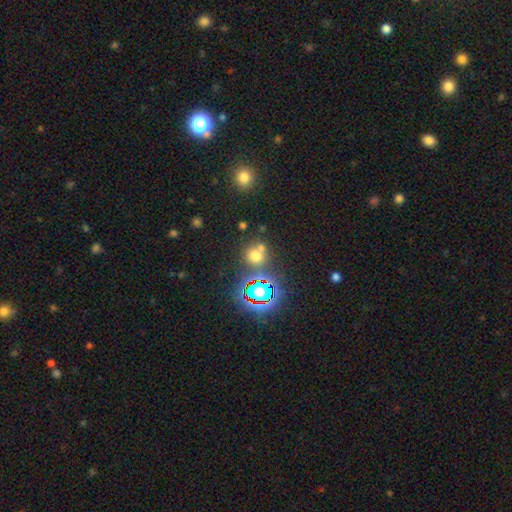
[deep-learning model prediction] Morphology: type=smooth (57%); roundness=round (82%); merging=none (61%).